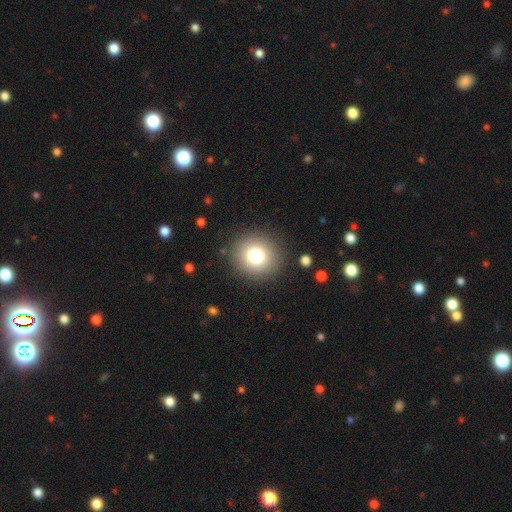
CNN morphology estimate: Overall: smooth (78%). How rounded: round (90%). Merging: none (88%).